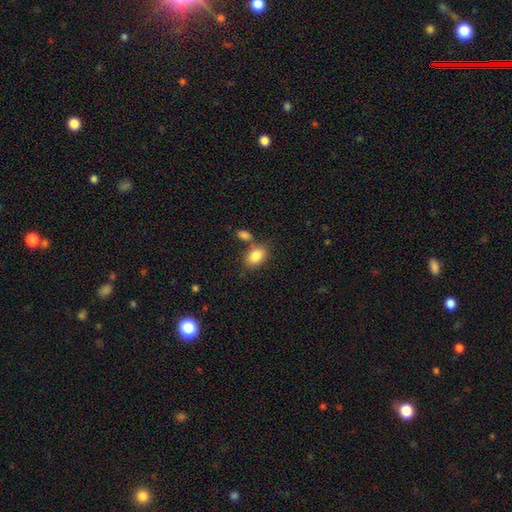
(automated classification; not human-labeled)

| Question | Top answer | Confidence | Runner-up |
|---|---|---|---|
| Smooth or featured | smooth | 85% | star or artifact (8%) |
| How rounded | in between | 81% | round (18%) |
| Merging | none | 63% | merger (20%) |